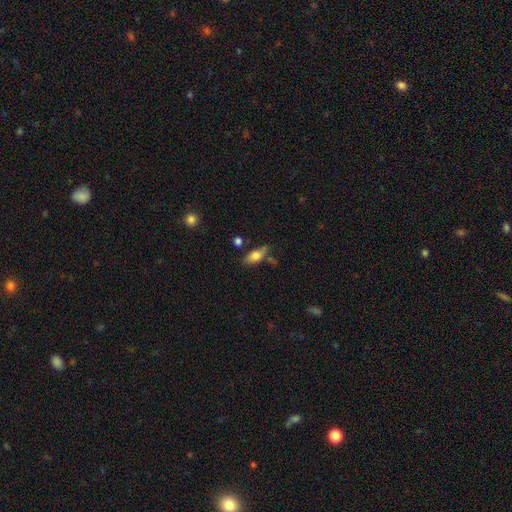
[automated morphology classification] Smooth or featured?
  - smooth: 71% *
  - featured or disk: 21%
  - star or artifact: 8%
How rounded?
  - in between: 80% *
  - cigar-shaped: 16%
  - round: 4%
Merging?
  - none: 59% *
  - minor disturbance: 25%
  - merger: 9%
  - major disturbance: 7%